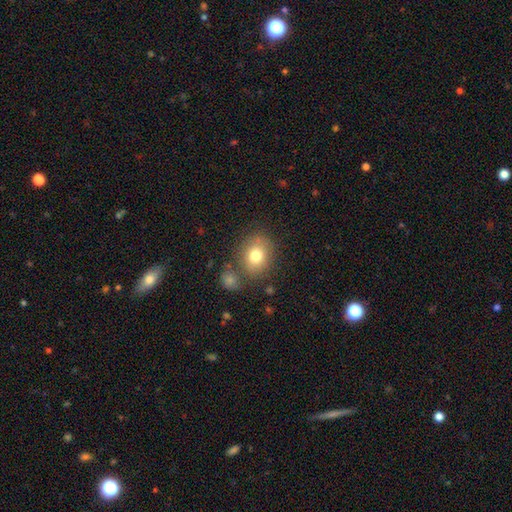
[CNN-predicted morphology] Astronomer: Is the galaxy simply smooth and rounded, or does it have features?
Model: smooth — 77%.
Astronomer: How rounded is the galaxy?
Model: round — 59% (runner-up: in between, 40%).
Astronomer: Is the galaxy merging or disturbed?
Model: none — 72%.